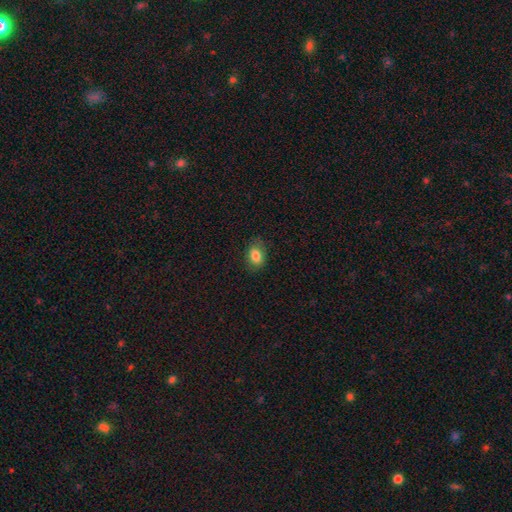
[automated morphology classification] The model was most divided on "how rounded": in between: 79%, round: 20%, cigar-shaped: 1%. More confident: smooth or featured — smooth (84%); merging — none (81%).